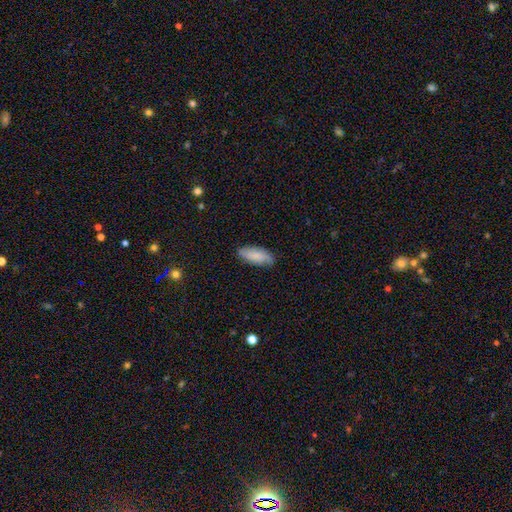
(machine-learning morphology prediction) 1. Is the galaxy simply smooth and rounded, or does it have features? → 79% smooth, 15% featured or disk, 6% star or artifact.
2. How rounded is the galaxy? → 79% in between, 19% cigar-shaped, 2% round.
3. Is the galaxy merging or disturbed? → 80% none, 16% minor disturbance, 3% major disturbance, 1% merger.